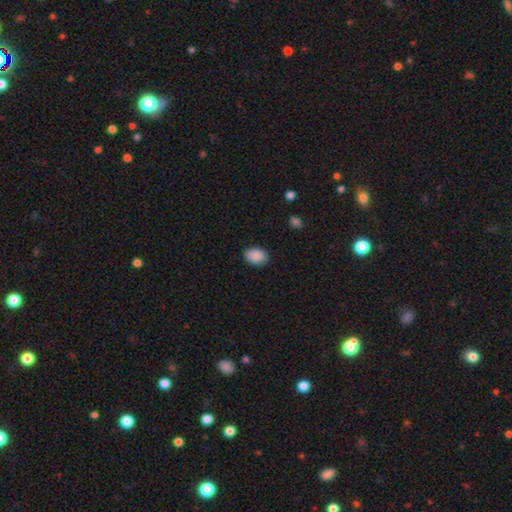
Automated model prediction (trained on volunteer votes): Smooth or featured? Predicted: smooth (p=0.90). How rounded? Predicted: in between (p=0.77). Merging? Predicted: none (p=0.89).